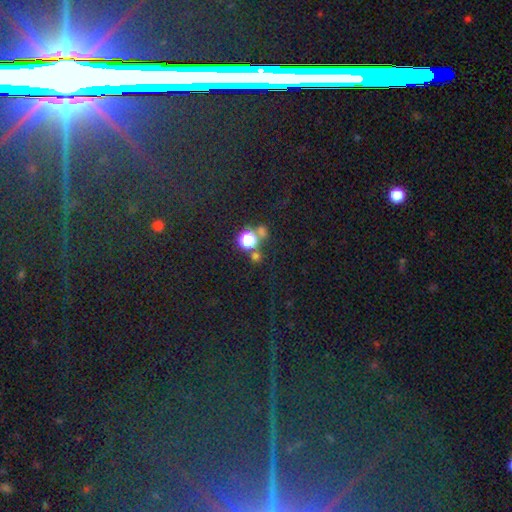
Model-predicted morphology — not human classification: This appears to be a smooth galaxy with no disk features (59%) that is round (89%). Merging: none (68%).